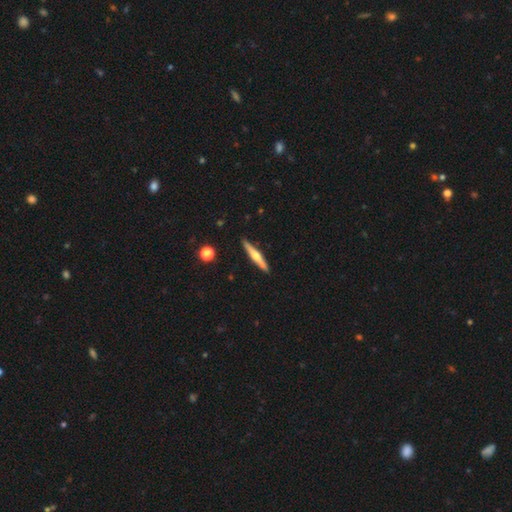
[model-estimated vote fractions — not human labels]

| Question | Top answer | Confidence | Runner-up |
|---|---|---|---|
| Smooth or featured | featured or disk | 63% | smooth (31%) |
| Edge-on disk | yes | 97% | no (3%) |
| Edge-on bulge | rounded | 87% | none (7%) |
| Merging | none | 89% | minor disturbance (8%) |